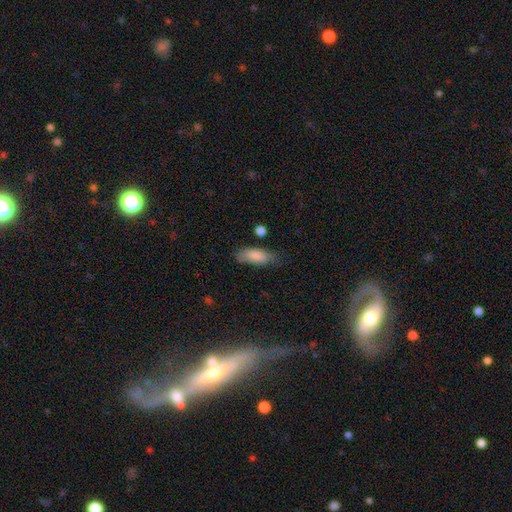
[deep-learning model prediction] Smooth or featured?
  - smooth: 85% *
  - featured or disk: 9%
  - star or artifact: 6%
How rounded?
  - in between: 74% *
  - cigar-shaped: 24%
  - round: 2%
Merging?
  - none: 66% *
  - minor disturbance: 25%
  - major disturbance: 6%
  - merger: 3%